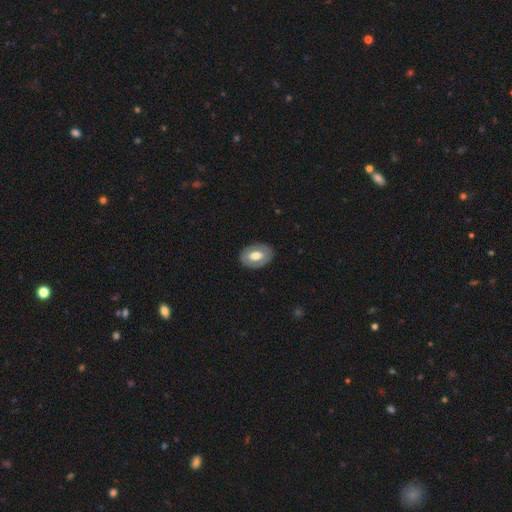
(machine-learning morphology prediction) smooth_or_featured: smooth (p=0.55) [alt: featured or disk p=0.39]
how_rounded: in between (p=0.83) [alt: round p=0.16]
merging: none (p=0.84) [alt: minor disturbance p=0.12]